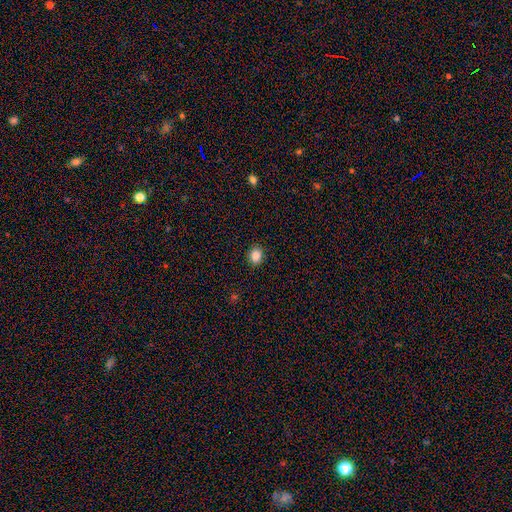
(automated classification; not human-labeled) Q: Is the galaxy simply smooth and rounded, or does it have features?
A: smooth — 86%.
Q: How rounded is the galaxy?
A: round — 63%.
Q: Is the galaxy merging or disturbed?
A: none — 90%.